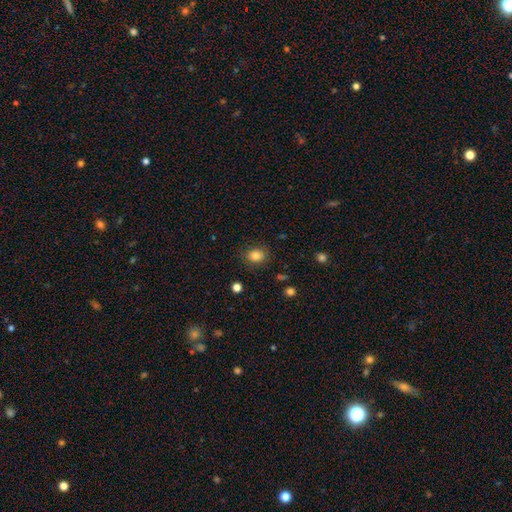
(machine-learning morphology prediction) Overall: smooth (82%). How rounded: round (57%; in between 42%). Merging: none (85%).